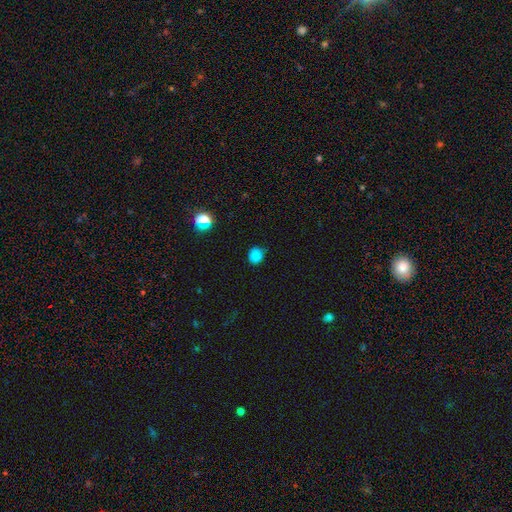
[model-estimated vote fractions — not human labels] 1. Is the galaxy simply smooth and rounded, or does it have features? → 81% smooth, 15% star or artifact, 4% featured or disk.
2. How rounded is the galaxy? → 74% round, 25% in between, 1% cigar-shaped.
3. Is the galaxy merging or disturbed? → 75% none, 20% minor disturbance, 4% major disturbance, 2% merger.